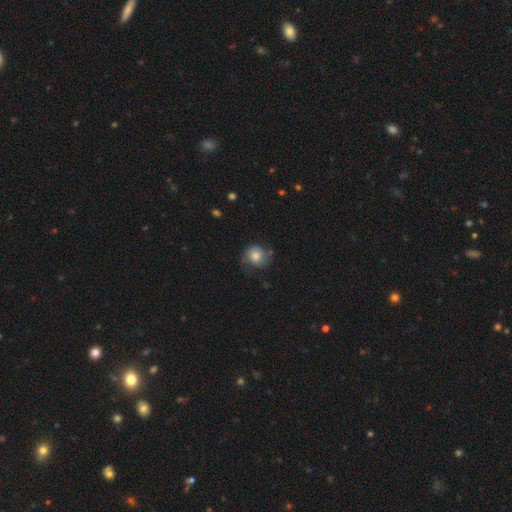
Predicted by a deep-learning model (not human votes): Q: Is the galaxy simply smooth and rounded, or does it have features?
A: smooth — 75%.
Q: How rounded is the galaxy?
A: round — 81%.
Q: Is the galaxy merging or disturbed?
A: none — 63%.